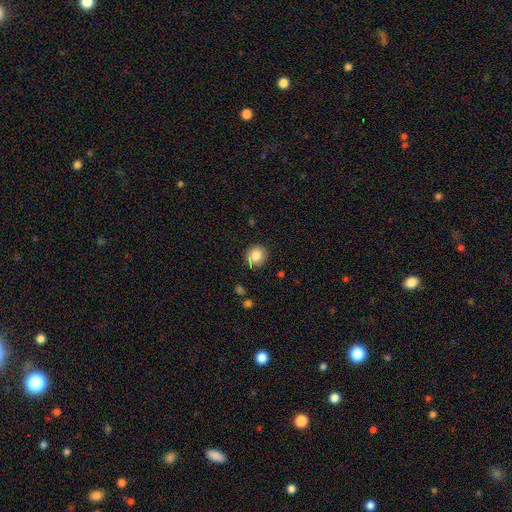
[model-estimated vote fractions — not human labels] The model was most divided on "how rounded": round: 83%, in between: 16%, cigar-shaped: 1%. More confident: merging — none (84%); smooth or featured — smooth (83%).